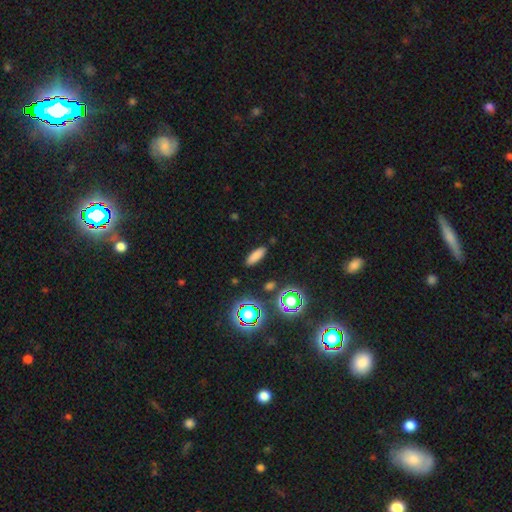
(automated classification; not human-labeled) smooth 77%, star or artifact 16%, featured or disk 7%. Down the decision tree: how rounded — in between (53%); merging — none (88%).